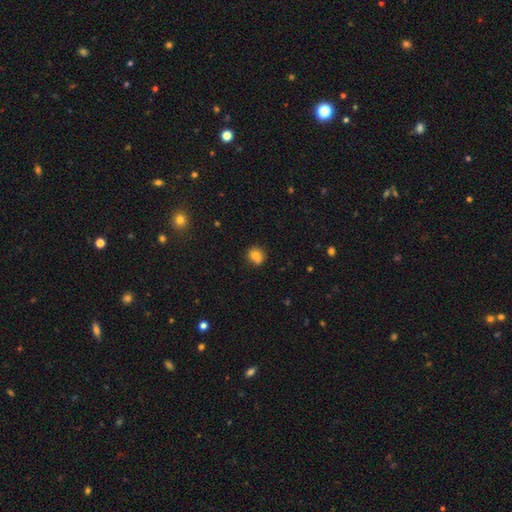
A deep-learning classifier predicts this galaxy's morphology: A smooth galaxy with no disk features (77%) that is round (76%). Merging: none (64%).